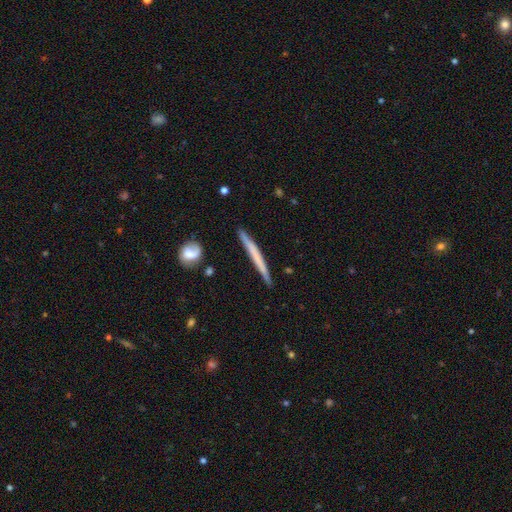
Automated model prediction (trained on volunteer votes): This is possibly a smooth galaxy (50%). Merging: clearly none (88%).